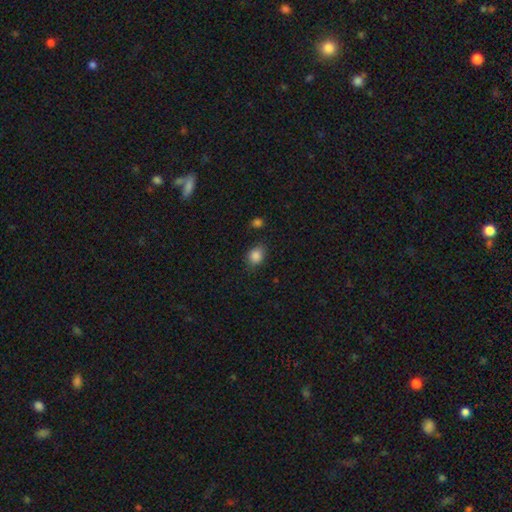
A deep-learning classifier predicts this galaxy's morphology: Overall: smooth (86%). How rounded: in between (58%; round 41%). Merging: none (77%).